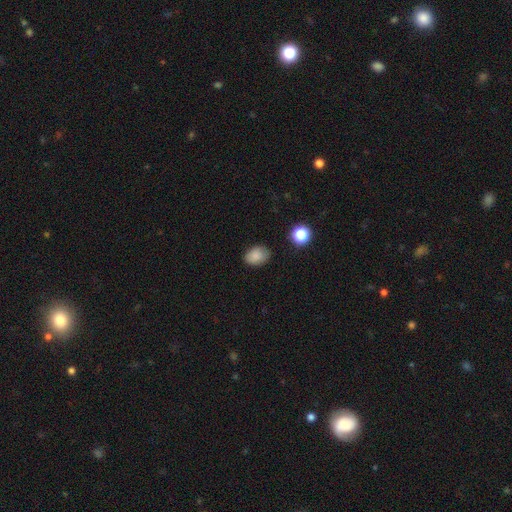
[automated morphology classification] Smooth or featured? smooth (84%)
How rounded? in between (74%)
Merging? none (78%)